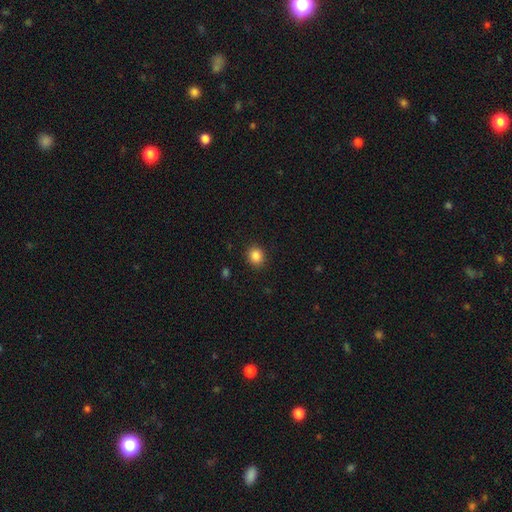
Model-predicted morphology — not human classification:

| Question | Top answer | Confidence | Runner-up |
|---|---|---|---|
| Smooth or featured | smooth | 86% | star or artifact (10%) |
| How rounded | round | 78% | in between (21%) |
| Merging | none | 91% | minor disturbance (6%) |